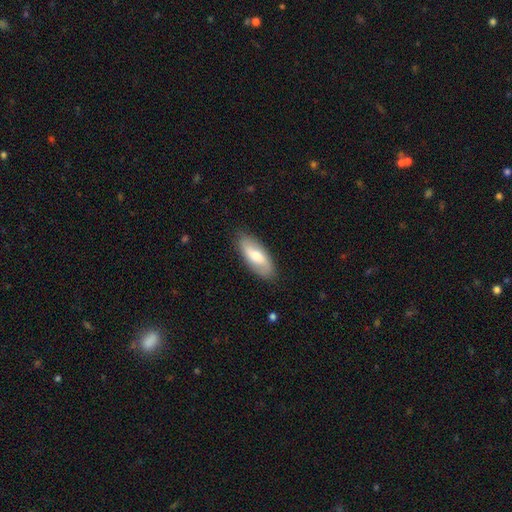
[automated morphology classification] Q: Smooth or featured?
A: smooth (55%); runner-up: featured or disk (40%)
Q: How rounded?
A: in between (78%); runner-up: cigar-shaped (19%)
Q: Merging?
A: none (85%); runner-up: minor disturbance (12%)